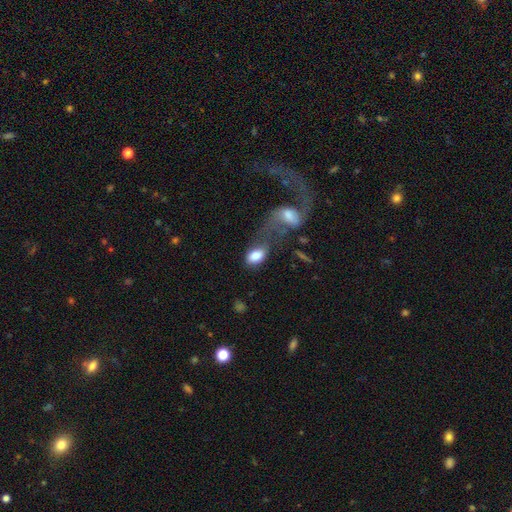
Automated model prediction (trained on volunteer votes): smooth-or-featured: smooth: 81% | featured or disk: 12% | star or artifact: 6%
  how-rounded: in between: 90% | round: 8% | cigar-shaped: 2%
  merging: merger: 37% | none: 27% | major disturbance: 22% | minor disturbance: 14%